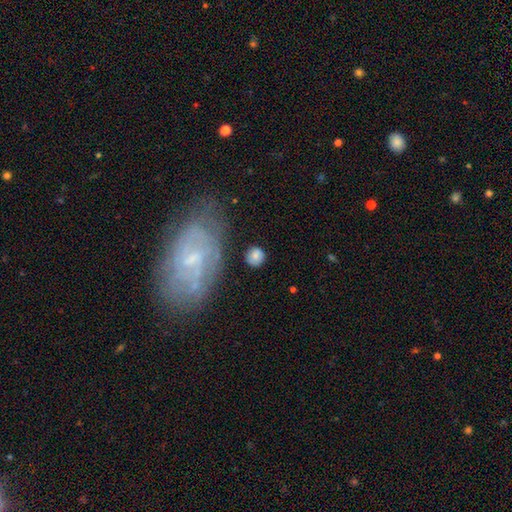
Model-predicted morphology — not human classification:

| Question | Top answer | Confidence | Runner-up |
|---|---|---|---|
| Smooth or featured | smooth | 76% | featured or disk (16%) |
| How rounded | round | 88% | in between (10%) |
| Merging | none | 81% | minor disturbance (11%) |